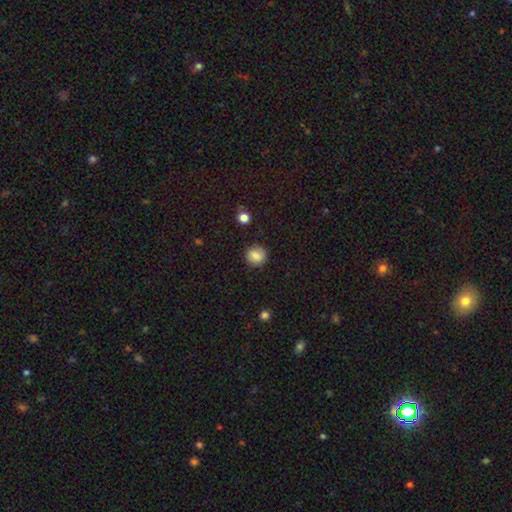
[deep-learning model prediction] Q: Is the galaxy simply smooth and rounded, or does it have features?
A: smooth — 81%.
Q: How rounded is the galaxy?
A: round — 88%.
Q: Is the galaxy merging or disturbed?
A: none — 86%.